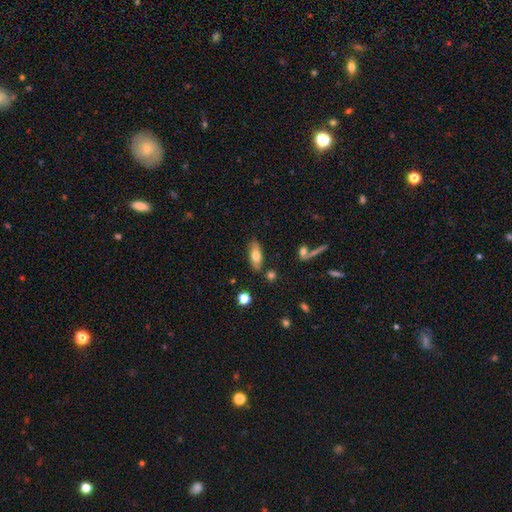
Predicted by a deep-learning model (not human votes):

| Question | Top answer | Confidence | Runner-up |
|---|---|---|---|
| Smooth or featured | smooth | 70% | featured or disk (23%) |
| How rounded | in between | 73% | cigar-shaped (24%) |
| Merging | none | 81% | minor disturbance (12%) |